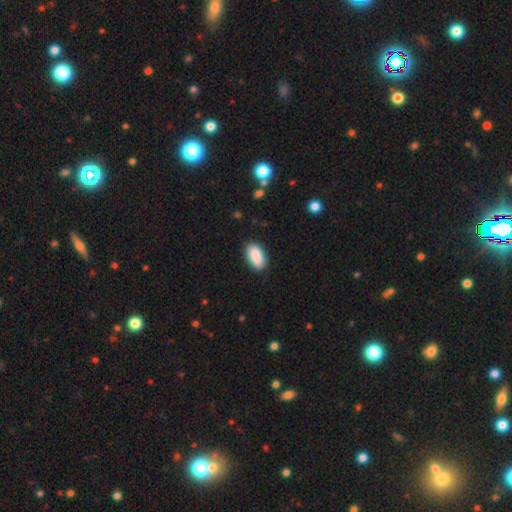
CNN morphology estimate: A smooth galaxy with no disk features (90%) that is in between round and cigar-shaped (94%). Merging: none (88%).